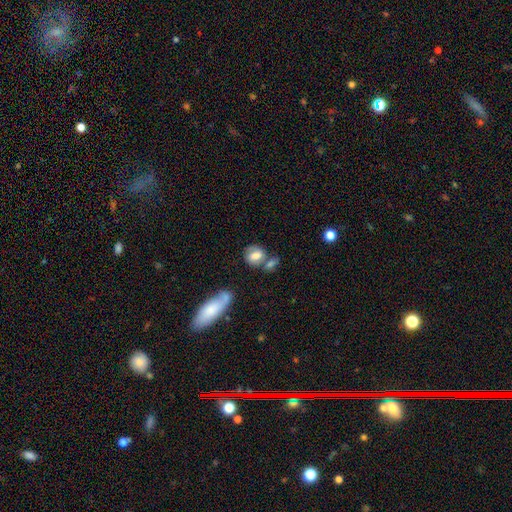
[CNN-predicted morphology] smooth_or_featured: smooth (p=0.63) [alt: featured or disk p=0.28]
how_rounded: in between (p=0.56) [alt: round p=0.42]
merging: none (p=0.44) [alt: merger p=0.29]